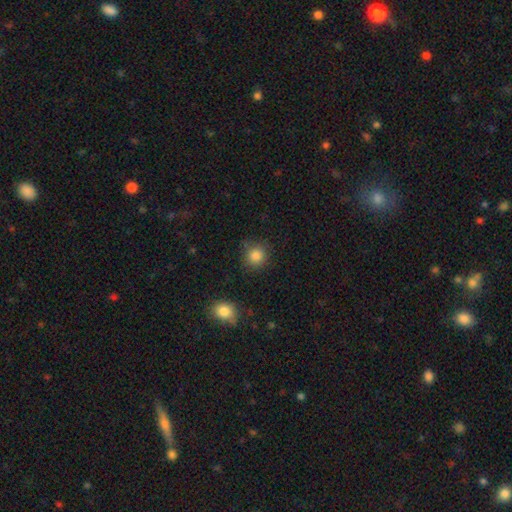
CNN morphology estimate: The model was most divided on "merging": none: 82%, minor disturbance: 12%, major disturbance: 3%, merger: 3%. More confident: how rounded — round (90%); smooth or featured — smooth (85%).